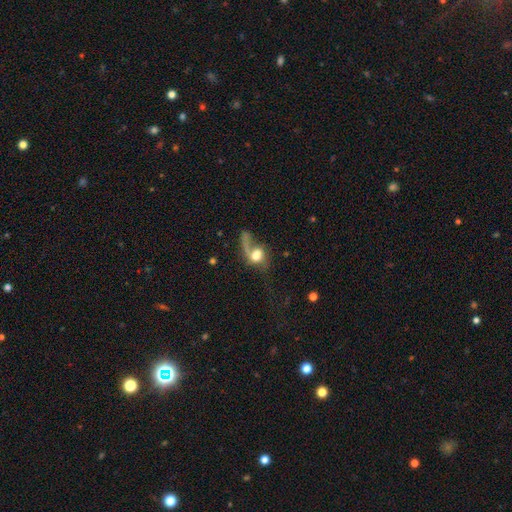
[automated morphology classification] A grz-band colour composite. It shows a smooth galaxy with no disk features (50%). Merging: major disturbance (46%).